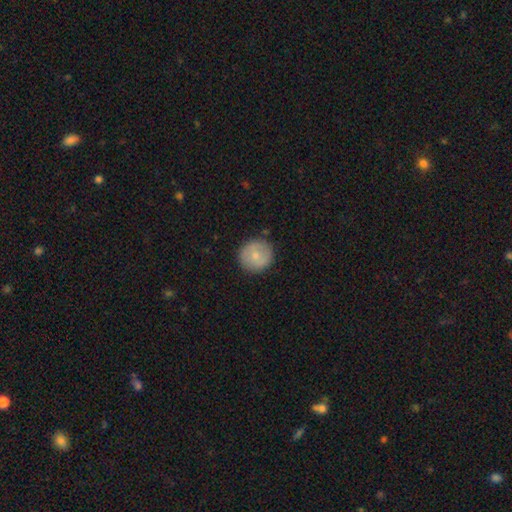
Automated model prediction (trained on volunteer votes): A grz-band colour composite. It shows a smooth galaxy with no disk features (70%) that is round (95%). Merging: none (88%).